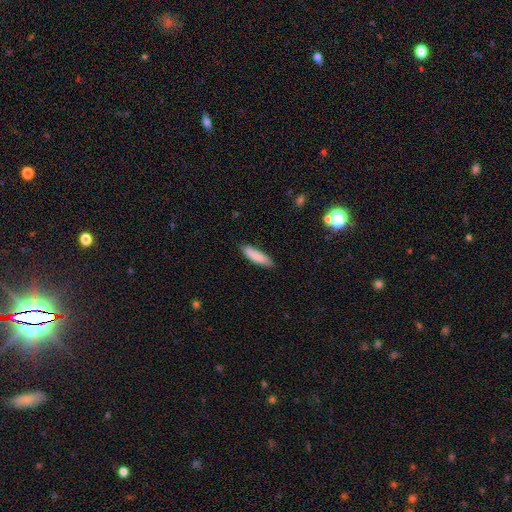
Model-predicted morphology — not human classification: Smooth or featured? smooth (86%)
How rounded? cigar-shaped (61%)
Merging? none (84%)